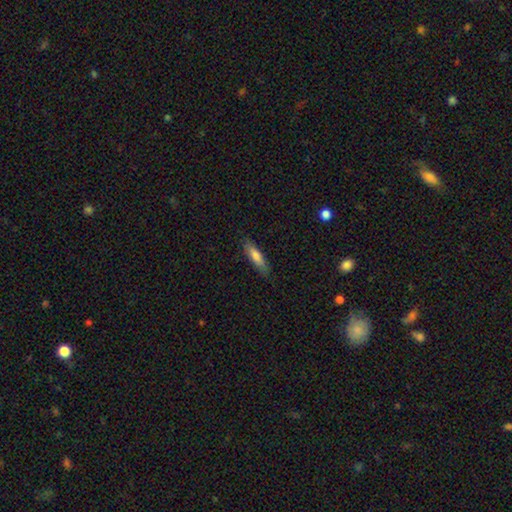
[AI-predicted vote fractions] Smooth or featured?
  - smooth: 76% *
  - featured or disk: 18%
  - star or artifact: 6%
How rounded?
  - cigar-shaped: 66% *
  - in between: 33%
  - round: 2%
Merging?
  - none: 83% *
  - minor disturbance: 13%
  - major disturbance: 3%
  - merger: 1%